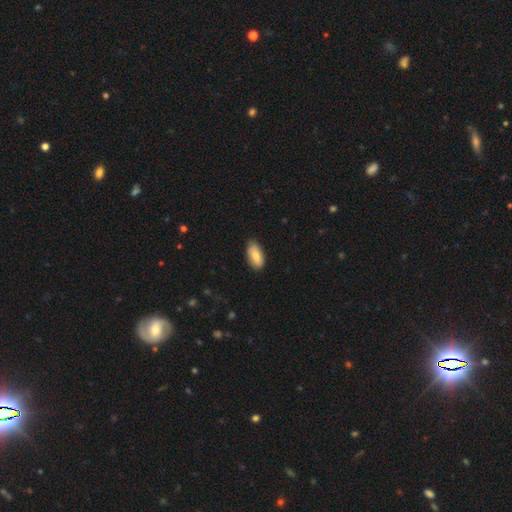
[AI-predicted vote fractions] smooth_or_featured: smooth (p=0.80) [alt: featured or disk p=0.14]
how_rounded: in between (p=0.92) [alt: cigar-shaped p=0.06]
merging: none (p=0.82) [alt: minor disturbance p=0.14]